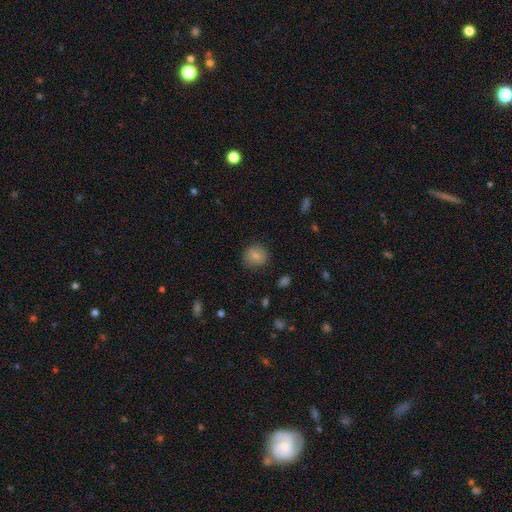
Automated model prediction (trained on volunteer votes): Morphology: type=smooth (79%); roundness=round (86%); merging=none (83%).